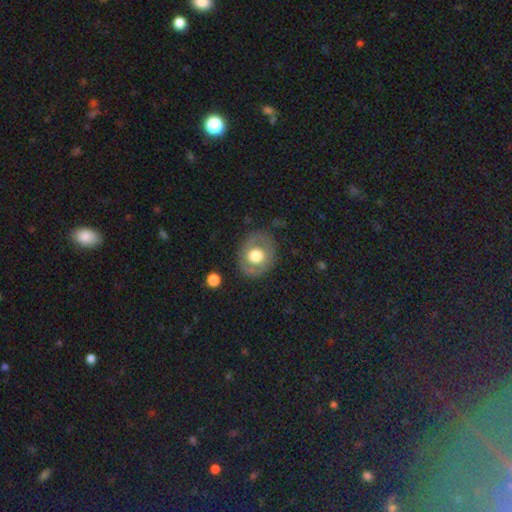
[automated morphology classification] smooth_or_featured: smooth (p=0.50) [alt: featured or disk p=0.43]
how_rounded: round (p=0.64) [alt: in between p=0.35]
merging: none (p=0.77) [alt: minor disturbance p=0.15]